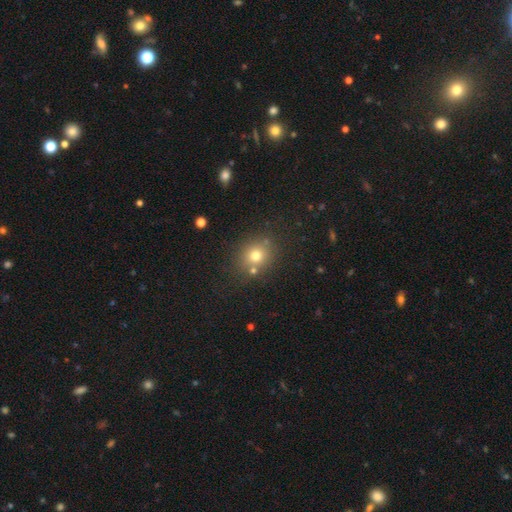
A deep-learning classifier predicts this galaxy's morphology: This is likely a smooth galaxy (72%). How rounded: likely round (78%). Merging: likely none (75%).